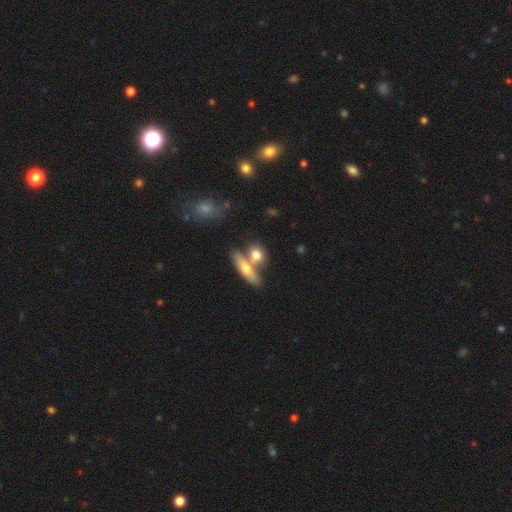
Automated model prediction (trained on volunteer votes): A smooth galaxy with no disk features (70%) that is in between round and cigar-shaped (44%). Merging: none (46%).